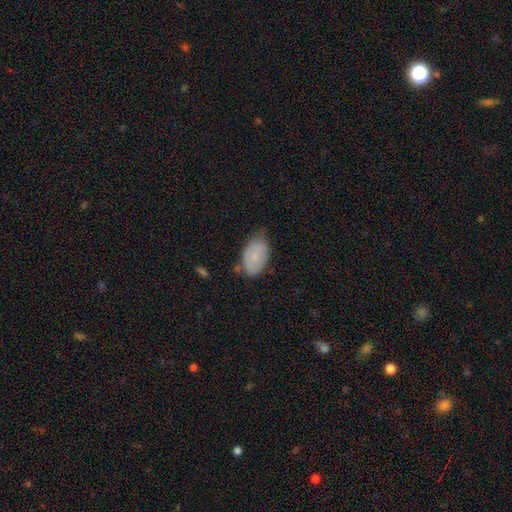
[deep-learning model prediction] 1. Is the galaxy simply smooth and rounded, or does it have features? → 74% smooth, 19% featured or disk, 7% star or artifact.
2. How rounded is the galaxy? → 93% in between, 6% round, 1% cigar-shaped.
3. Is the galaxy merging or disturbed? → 54% none, 36% minor disturbance, 7% major disturbance, 3% merger.